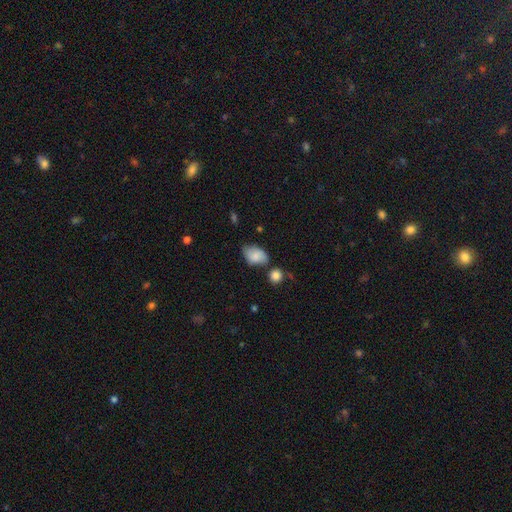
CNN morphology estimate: Smooth or featured? Predicted: smooth (p=0.81). How rounded? Predicted: in between (p=0.86). Merging? Predicted: none (p=0.50).